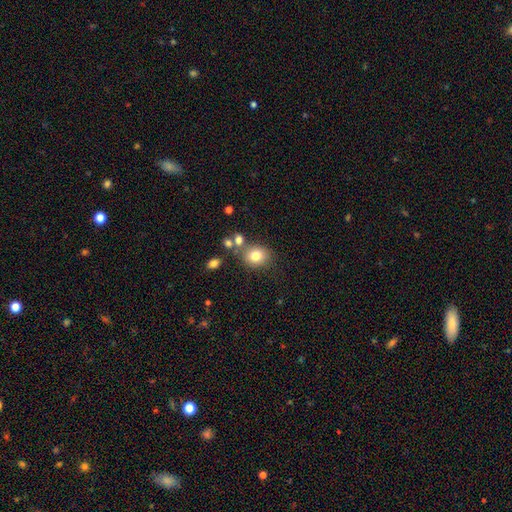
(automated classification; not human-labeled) This appears to be a smooth galaxy with no disk features (79%) that is round (62%). Merging: none (68%).